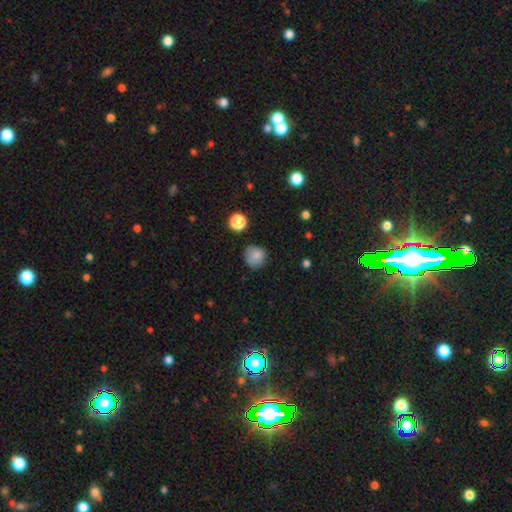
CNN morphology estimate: Smooth or featured? Predicted: smooth (p=0.83). How rounded? Predicted: round (p=0.88). Merging? Predicted: none (p=0.75).